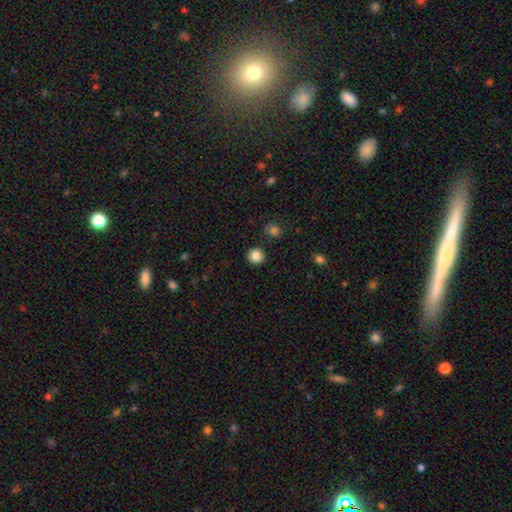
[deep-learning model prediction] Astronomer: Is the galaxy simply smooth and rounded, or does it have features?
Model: smooth — 85%.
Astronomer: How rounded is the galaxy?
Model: round — 91%.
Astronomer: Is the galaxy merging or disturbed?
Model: none — 91%.